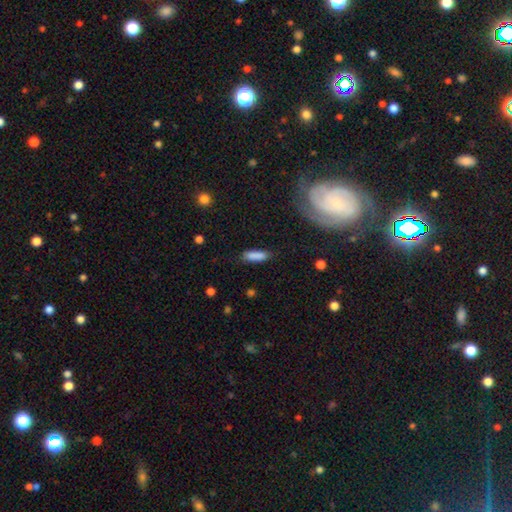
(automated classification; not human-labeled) Morphology: type=smooth (85%); roundness=cigar-shaped (52%); merging=none (78%).